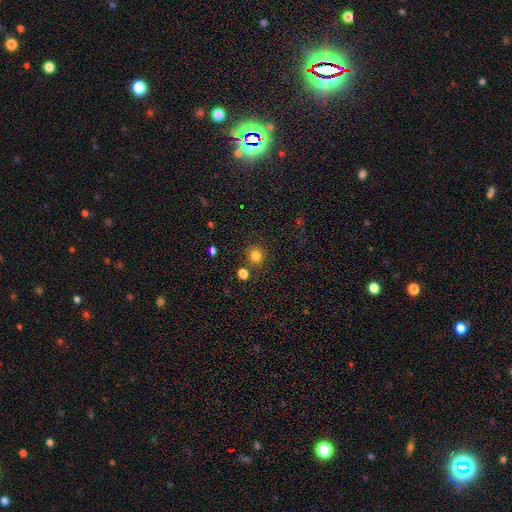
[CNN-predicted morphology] A smooth galaxy with no disk features (81%) that is round (90%). Merging: none (82%).